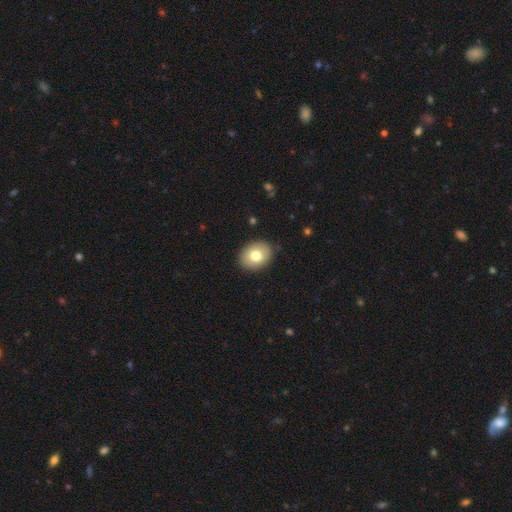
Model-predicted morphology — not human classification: Overall: smooth (77%). How rounded: in between (65%; round 34%). Merging: none (89%).